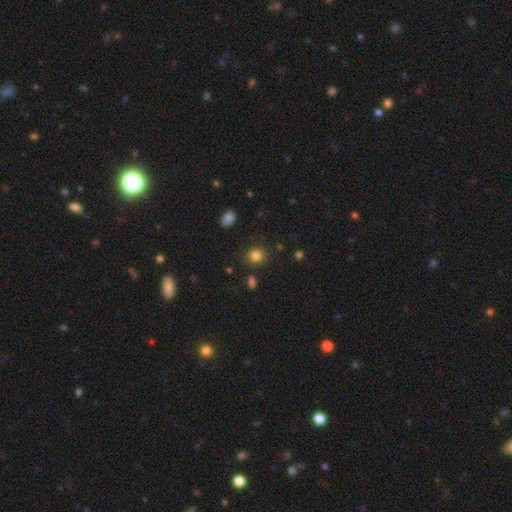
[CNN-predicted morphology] smooth-or-featured: smooth: 83% | star or artifact: 12% | featured or disk: 5%
  how-rounded: round: 82% | in between: 17% | cigar-shaped: 1%
  merging: none: 86% | minor disturbance: 9% | major disturbance: 3% | merger: 2%